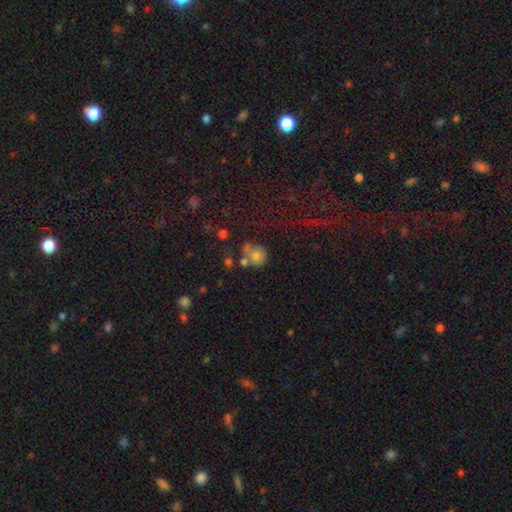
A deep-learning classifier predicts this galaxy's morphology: type=smooth (65%); roundness=round (80%); merging=none (46%).